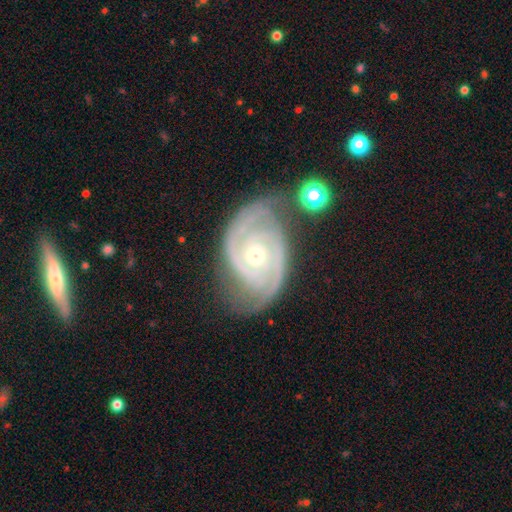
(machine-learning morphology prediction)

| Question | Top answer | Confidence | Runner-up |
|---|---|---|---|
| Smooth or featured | featured or disk | 92% | star or artifact (4%) |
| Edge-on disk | no | 97% | yes (3%) |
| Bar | no | 71% | weak (22%) |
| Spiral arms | yes | 98% | no (2%) |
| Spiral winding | tight | 70% | medium (26%) |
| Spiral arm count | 2 | 73% | 3 (13%) |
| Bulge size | small | 53% | moderate (44%) |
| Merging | none | 71% | minor disturbance (20%) |